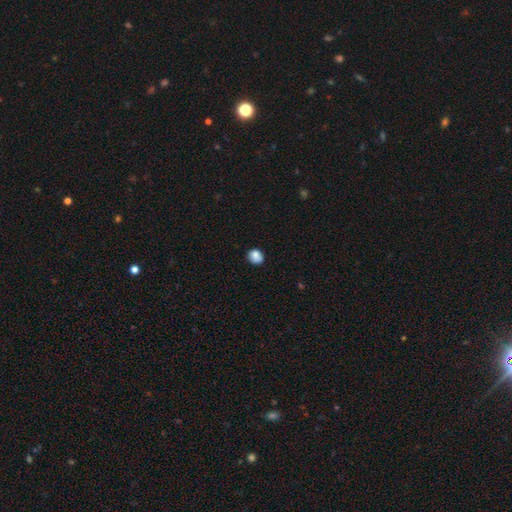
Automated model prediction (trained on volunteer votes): A smooth galaxy with no disk features (82%) that is round (72%).

Vote fractions:
- Smooth or featured? smooth: 82% / star or artifact: 10% / featured or disk: 9%
- How rounded? round: 72% / in between: 27% / cigar-shaped: 1%
- Merging? none: 73% / minor disturbance: 19% / major disturbance: 4% / merger: 4%